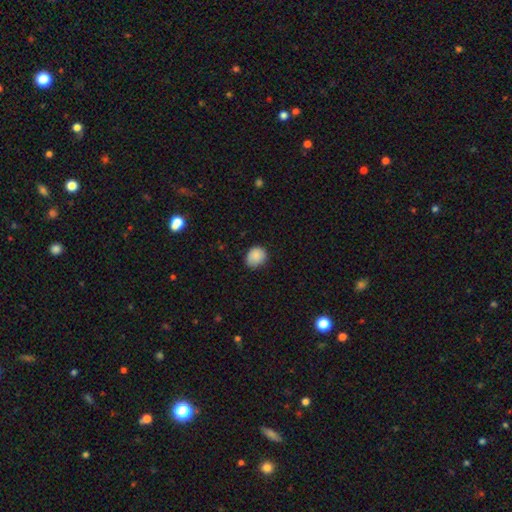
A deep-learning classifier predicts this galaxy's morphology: smooth-or-featured: smooth: 88% | star or artifact: 8% | featured or disk: 4%
  how-rounded: round: 64% | in between: 36% | cigar-shaped: 1%
  merging: none: 75% | minor disturbance: 21% | major disturbance: 3% | merger: 1%